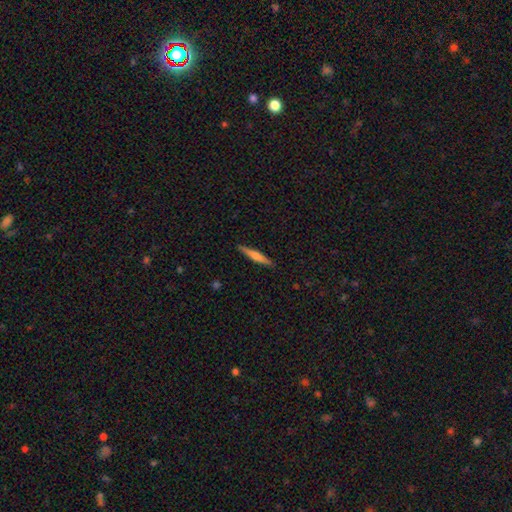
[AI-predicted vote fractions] This appears to be a featured or disk galaxy (50%) viewed edge-on (97%). Merging: none (90%).